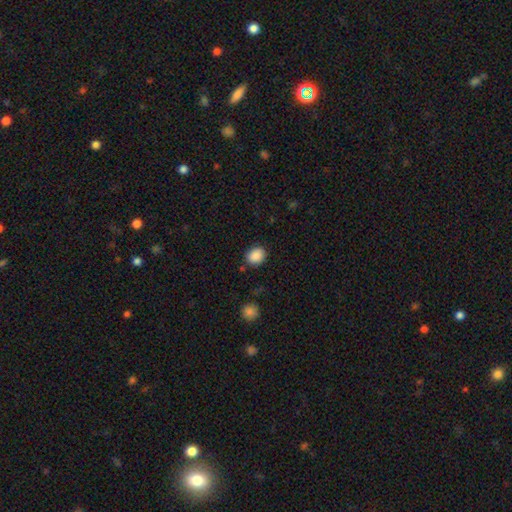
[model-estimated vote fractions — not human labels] smooth-or-featured: smooth: 88% | star or artifact: 8% | featured or disk: 4%
  how-rounded: round: 53% | in between: 46% | cigar-shaped: 1%
  merging: none: 82% | minor disturbance: 12% | major disturbance: 3% | merger: 3%